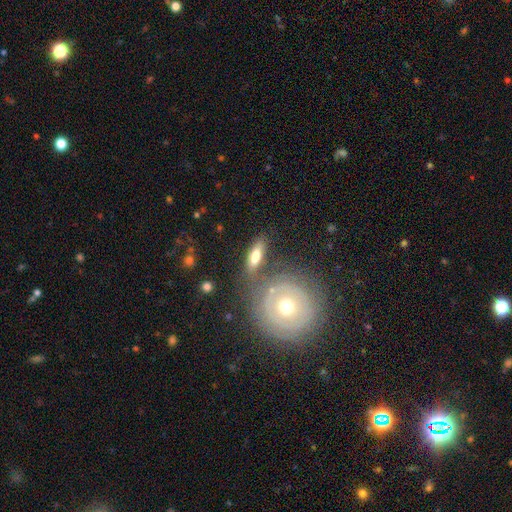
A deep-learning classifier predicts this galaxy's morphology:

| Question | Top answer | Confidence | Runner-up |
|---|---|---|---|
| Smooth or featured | smooth | 62% | featured or disk (30%) |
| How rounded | in between | 64% | cigar-shaped (29%) |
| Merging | none | 64% | minor disturbance (15%) |